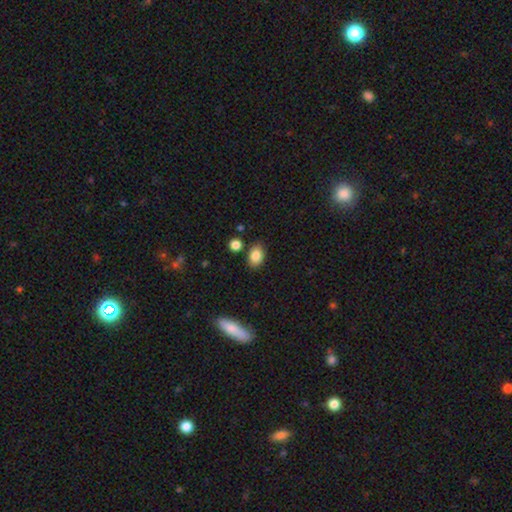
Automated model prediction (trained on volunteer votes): Overall: smooth (85%). How rounded: in between (78%). Merging: none (78%).